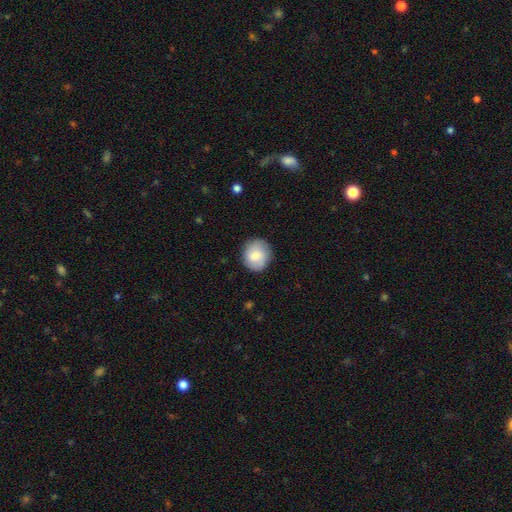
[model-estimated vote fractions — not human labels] smooth-or-featured: smooth: 78% | featured or disk: 15% | star or artifact: 7%
  how-rounded: round: 77% | in between: 22% | cigar-shaped: 1%
  merging: none: 86% | minor disturbance: 11% | major disturbance: 3% | merger: 1%